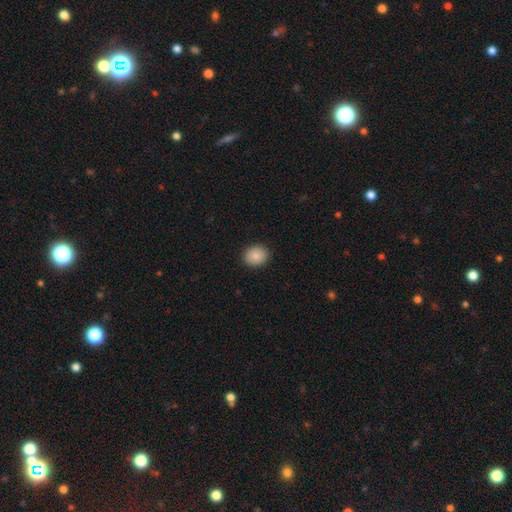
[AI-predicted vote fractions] A smooth galaxy with no disk features (87%) that is round (64%). Merging: none (90%).